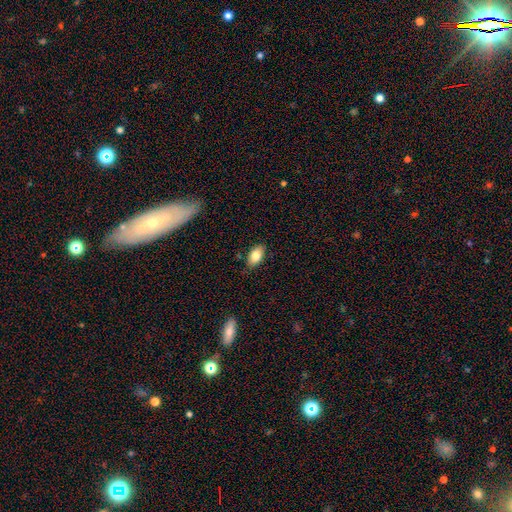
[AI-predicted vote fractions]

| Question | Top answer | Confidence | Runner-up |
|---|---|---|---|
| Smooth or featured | smooth | 82% | featured or disk (11%) |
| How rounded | in between | 92% | round (6%) |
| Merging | none | 83% | minor disturbance (13%) |